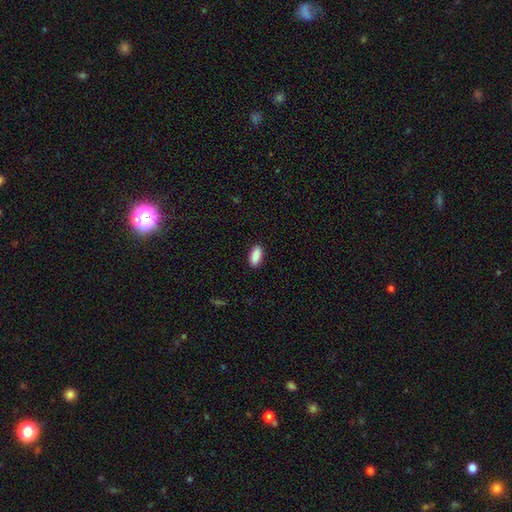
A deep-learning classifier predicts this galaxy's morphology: Q: Smooth or featured?
A: smooth (90%); runner-up: star or artifact (7%)
Q: How rounded?
A: in between (87%); runner-up: cigar-shaped (11%)
Q: Merging?
A: none (90%); runner-up: minor disturbance (8%)